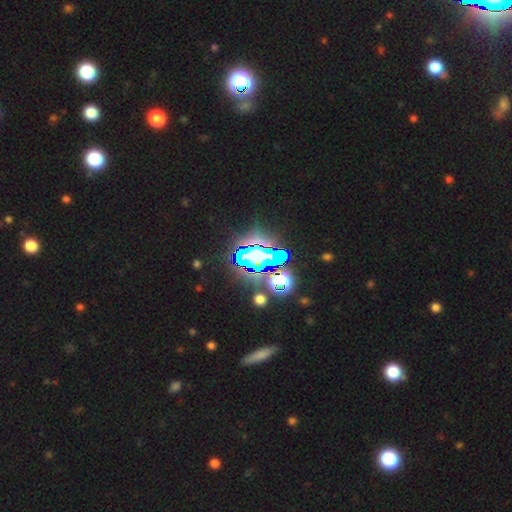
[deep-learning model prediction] This appears to be a star or artifact, not a galaxy (68%).